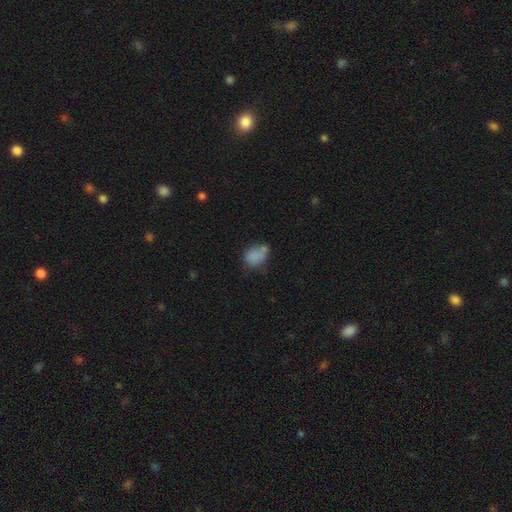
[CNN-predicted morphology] Smooth or featured? Predicted: smooth (p=0.77). How rounded? Predicted: in between (p=0.51). Merging? Predicted: none (p=0.43).